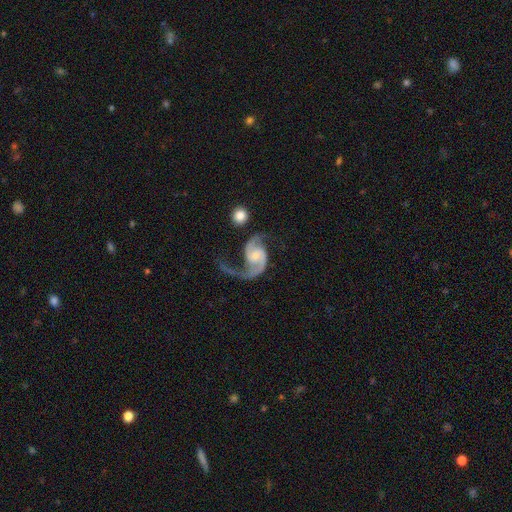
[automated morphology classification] Smooth or featured? Predicted: featured or disk (p=0.93). Edge-on disk? Predicted: no (p=0.98). Bar? Predicted: no (p=0.53). Spiral arms? Predicted: yes (p=0.98). Spiral winding? Predicted: loose (p=0.54). Spiral arm count? Predicted: 2 (p=0.92). Bulge size? Predicted: small (p=0.51). Merging? Predicted: none (p=0.57).